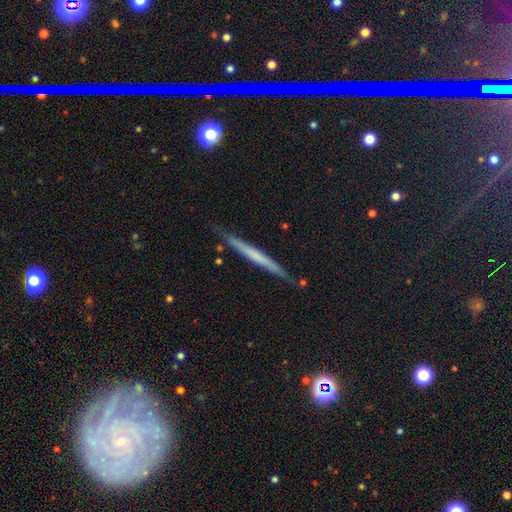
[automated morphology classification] Smooth or featured: featured or disk — 52% (smooth — 41%)
Edge-on disk: yes — 96% (no — 4%)
Edge-on bulge: none — 79% (rounded — 13%)
Merging: none — 84% (minor disturbance — 12%)